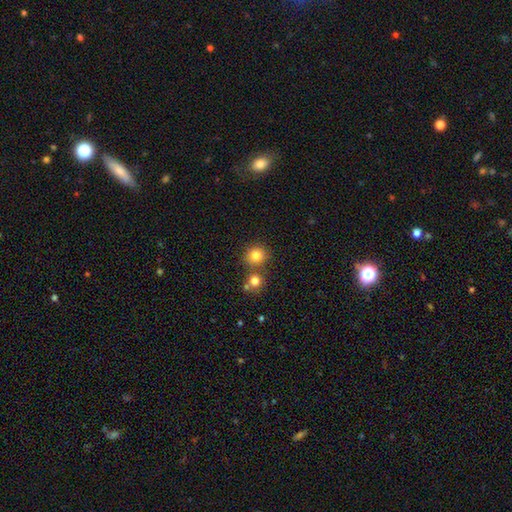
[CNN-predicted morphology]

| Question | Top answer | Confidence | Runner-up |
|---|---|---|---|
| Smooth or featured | smooth | 81% | star or artifact (13%) |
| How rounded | round | 84% | in between (15%) |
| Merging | none | 69% | merger (19%) |